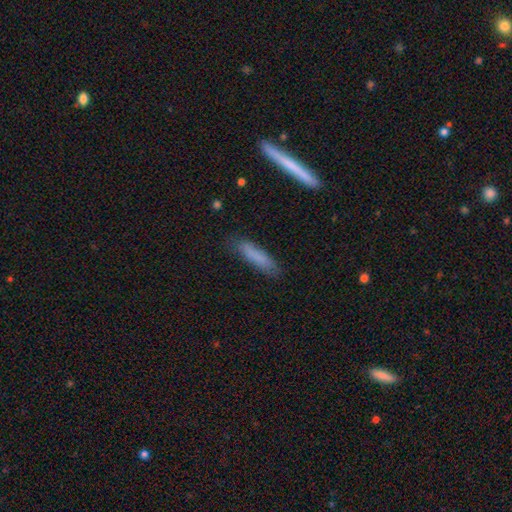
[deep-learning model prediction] smooth_or_featured: smooth (p=0.77) [alt: featured or disk p=0.15]
how_rounded: cigar-shaped (p=0.79) [alt: in between p=0.20]
merging: none (p=0.79) [alt: minor disturbance p=0.16]